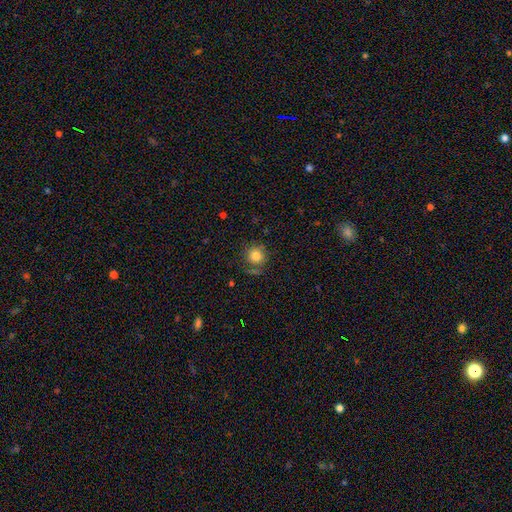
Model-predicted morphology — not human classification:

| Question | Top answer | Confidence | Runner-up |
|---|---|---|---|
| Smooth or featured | smooth | 80% | star or artifact (11%) |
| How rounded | round | 90% | in between (9%) |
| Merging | none | 74% | minor disturbance (15%) |